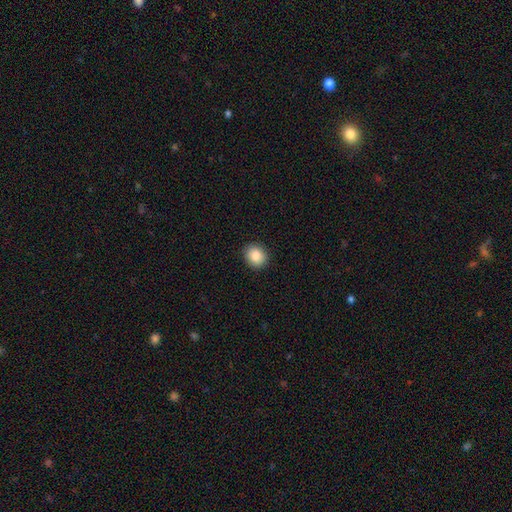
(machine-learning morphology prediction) Smooth or featured? Predicted: smooth (p=0.87). How rounded? Predicted: round (p=0.69). Merging? Predicted: none (p=0.90).